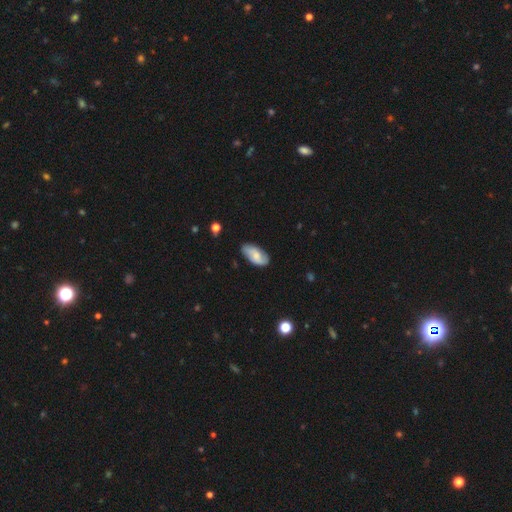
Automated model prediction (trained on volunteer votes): A smooth galaxy with no disk features (56%) that is in between round and cigar-shaped (93%). Merging: none (78%).